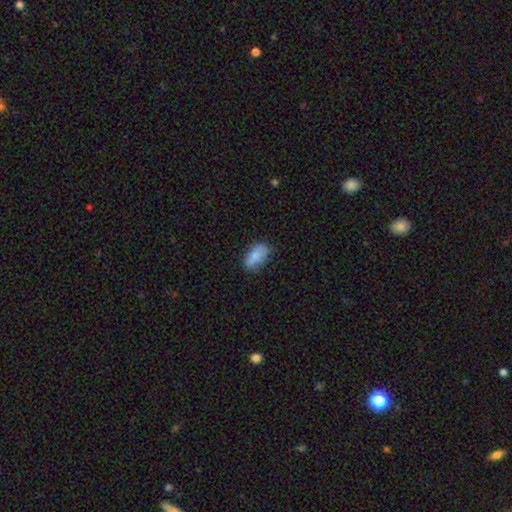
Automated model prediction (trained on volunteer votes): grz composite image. It shows a smooth galaxy with no disk features (84%) that is in between round and cigar-shaped (91%). Merging: none (75%).